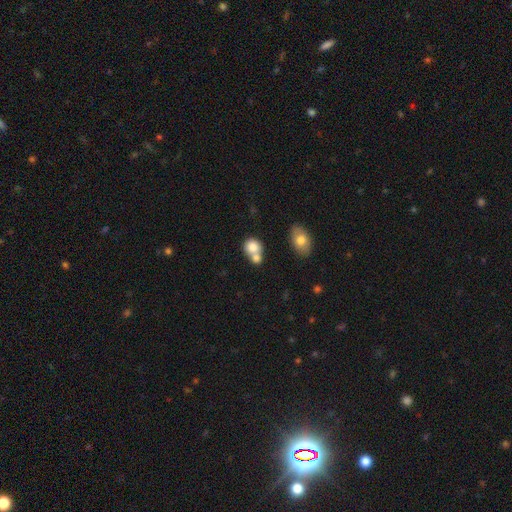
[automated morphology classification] smooth-or-featured: smooth: 79% | featured or disk: 13% | star or artifact: 8%
  how-rounded: round: 71% | in between: 28% | cigar-shaped: 1%
  merging: merger: 56% | none: 33% | minor disturbance: 7% | major disturbance: 3%